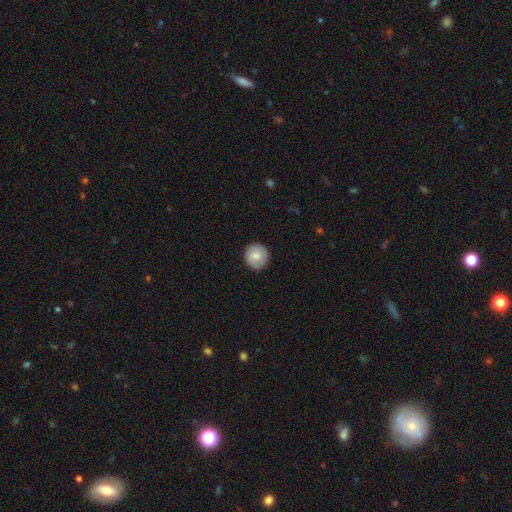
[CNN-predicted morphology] The model was most divided on "smooth or featured": smooth: 79%, featured or disk: 14%, star or artifact: 7%. More confident: how rounded — round (92%); merging — none (89%).